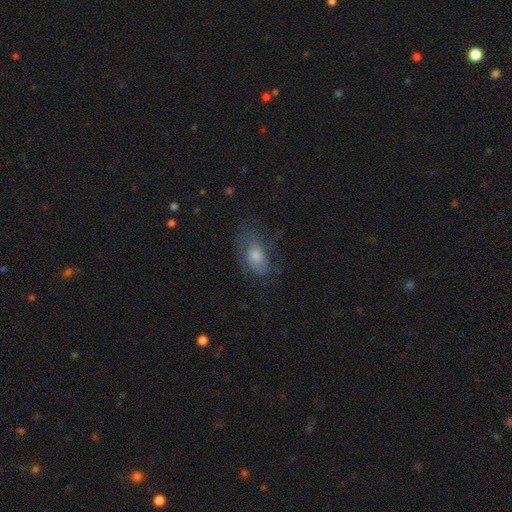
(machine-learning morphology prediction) The model was most divided on "smooth or featured": smooth: 45%, featured or disk: 43%, star or artifact: 12%. More confident: merging — none (59%).